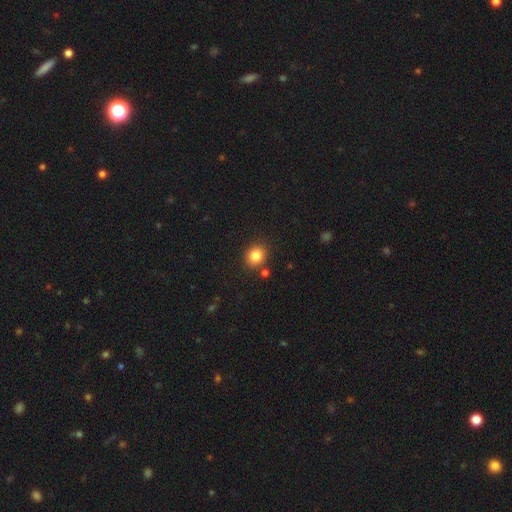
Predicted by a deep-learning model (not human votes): smooth 84%, star or artifact 11%, featured or disk 6%. Down the decision tree: how rounded — round (75%); merging — none (83%).